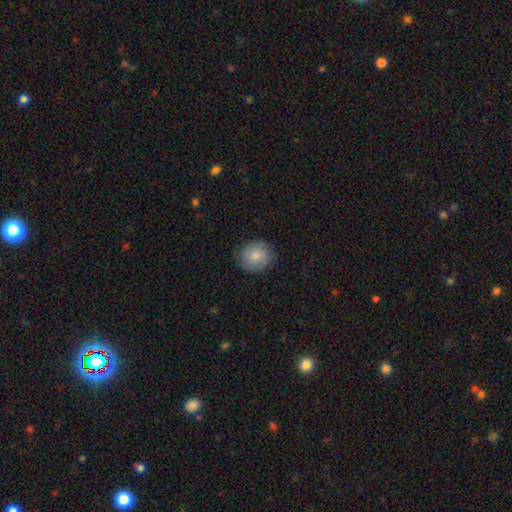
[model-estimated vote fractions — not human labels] Smooth or featured?
  - smooth: 70% *
  - featured or disk: 23%
  - star or artifact: 7%
How rounded?
  - round: 82% *
  - in between: 17%
  - cigar-shaped: 1%
Merging?
  - none: 82% *
  - minor disturbance: 13%
  - major disturbance: 3%
  - merger: 1%